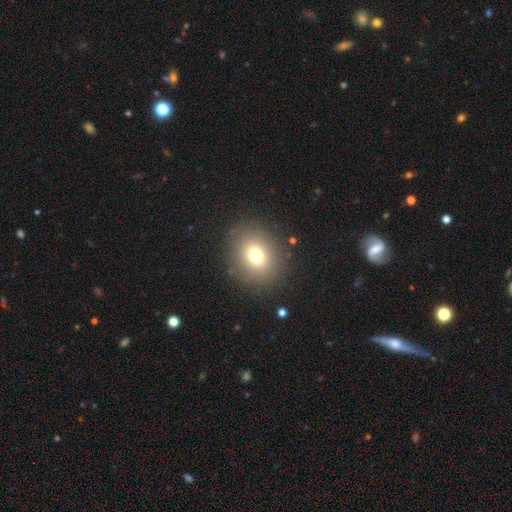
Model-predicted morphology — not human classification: smooth_or_featured: smooth (p=0.73) [alt: star or artifact p=0.15]
how_rounded: round (p=0.70) [alt: in between p=0.29]
merging: none (p=0.87) [alt: minor disturbance p=0.08]